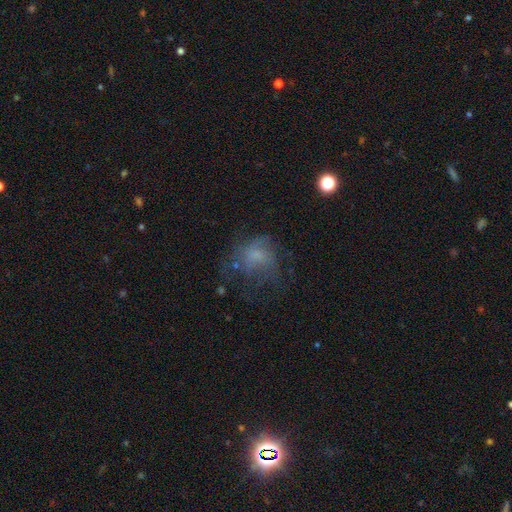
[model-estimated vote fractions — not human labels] The model was most divided on "smooth or featured": smooth: 43%, featured or disk: 40%, star or artifact: 17%. Remaining: merging — none (41%).